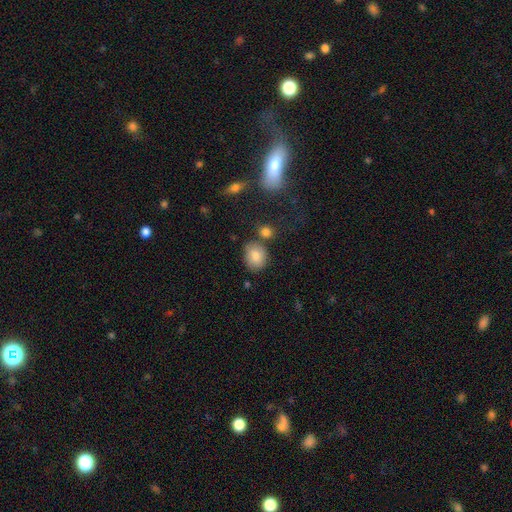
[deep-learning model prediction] The model was most divided on "how rounded": round: 54%, in between: 45%, cigar-shaped: 1%. More confident: smooth or featured — smooth (82%); merging — none (72%).